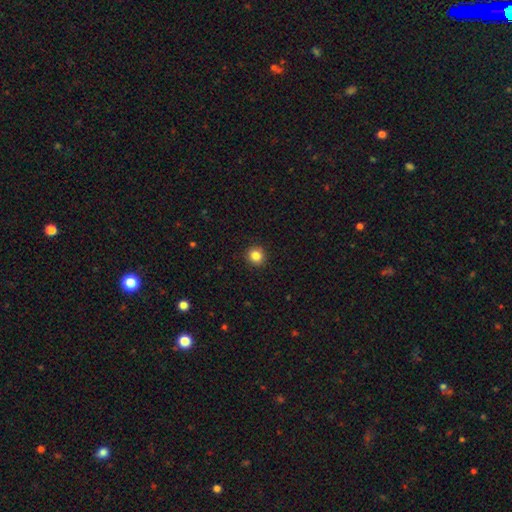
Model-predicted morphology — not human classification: smooth-or-featured: smooth: 84% | star or artifact: 11% | featured or disk: 5%
  how-rounded: round: 93% | in between: 6% | cigar-shaped: 1%
  merging: none: 92% | minor disturbance: 5% | major disturbance: 2% | merger: 1%